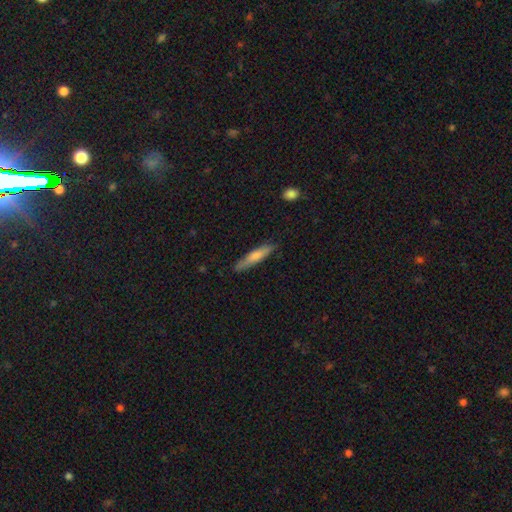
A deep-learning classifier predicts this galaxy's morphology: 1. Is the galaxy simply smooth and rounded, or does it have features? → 62% smooth, 32% featured or disk, 6% star or artifact.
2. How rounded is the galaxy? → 90% cigar-shaped, 9% in between, 1% round.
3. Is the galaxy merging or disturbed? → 85% none, 12% minor disturbance, 2% major disturbance, 1% merger.